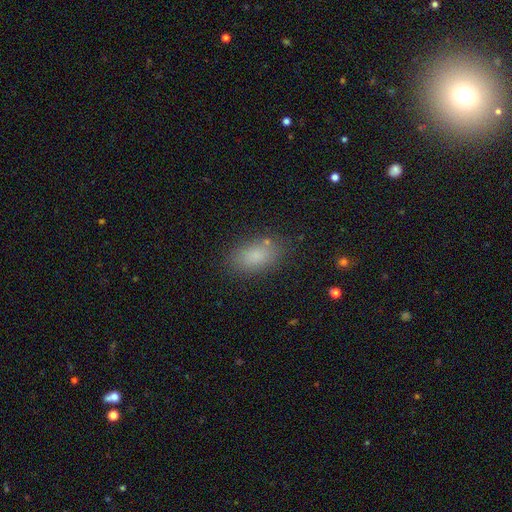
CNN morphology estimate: Smooth or featured? smooth (83%)
How rounded? in between (90%)
Merging? none (81%)